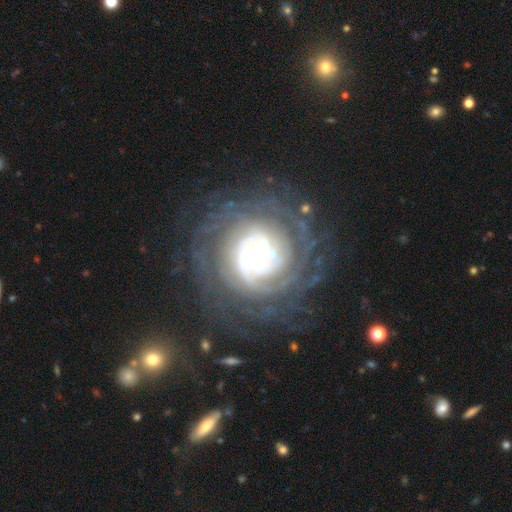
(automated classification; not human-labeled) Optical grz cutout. It shows a featured or disk galaxy (86%) with no bar (72%), tight (79%) spiral arms (96%) and a small central bulge (54%). Merging: none (76%).